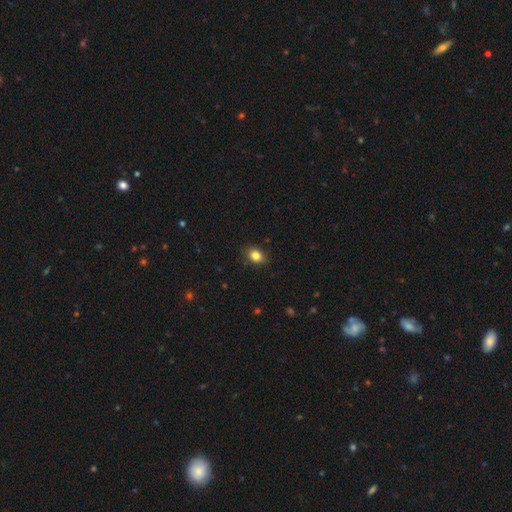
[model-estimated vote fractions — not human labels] A smooth galaxy with no disk features (84%) that is in between round and cigar-shaped (64%).

Vote fractions:
- Smooth or featured? smooth: 84% / star or artifact: 10% / featured or disk: 6%
- How rounded? in between: 64% / round: 35% / cigar-shaped: 1%
- Merging? none: 87% / minor disturbance: 10% / major disturbance: 2% / merger: 1%